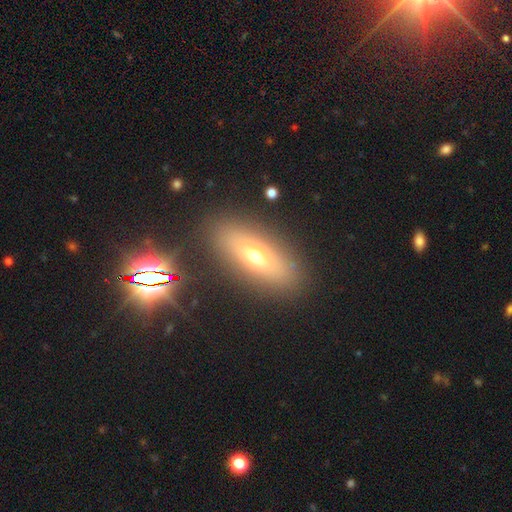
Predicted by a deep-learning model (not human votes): Morphology: type=smooth (58%); roundness=in between (71%); merging=none (85%).